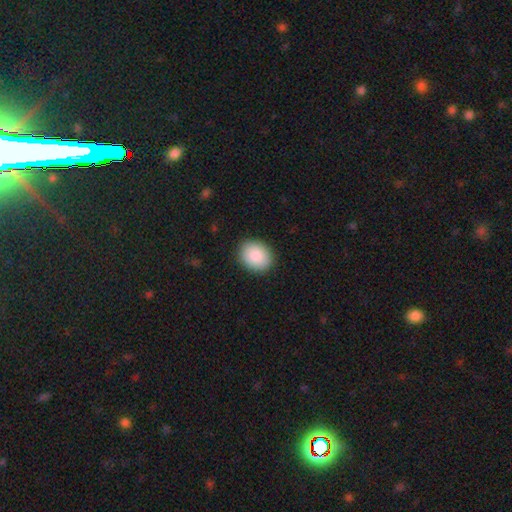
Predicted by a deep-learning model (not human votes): Morphology: type=smooth (89%); roundness=round (52%); merging=none (90%).